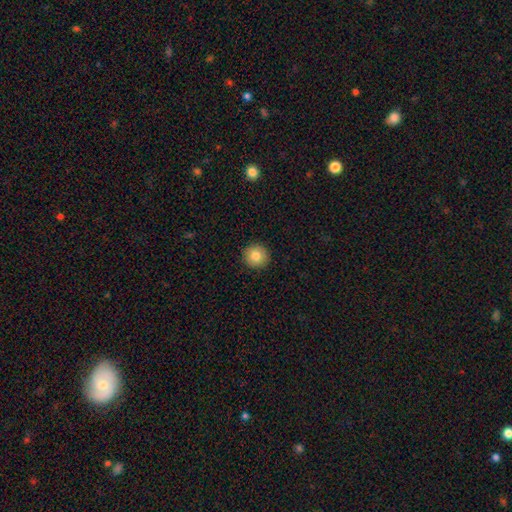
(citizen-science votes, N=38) A smooth galaxy with no disk features (92%) that is round (91%). Merging: none (78%).